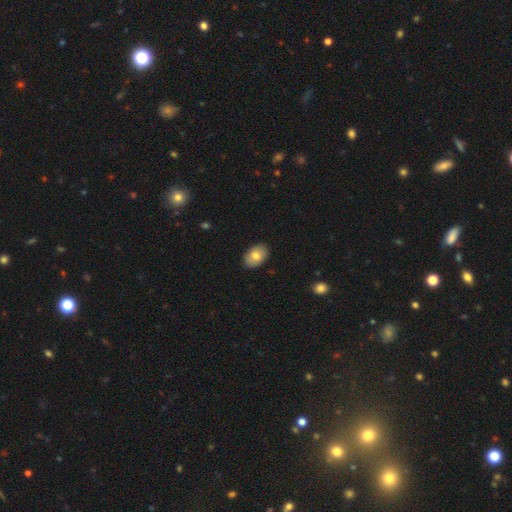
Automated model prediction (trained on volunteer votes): Overall: smooth (77%). How rounded: in between (88%). Merging: none (88%).